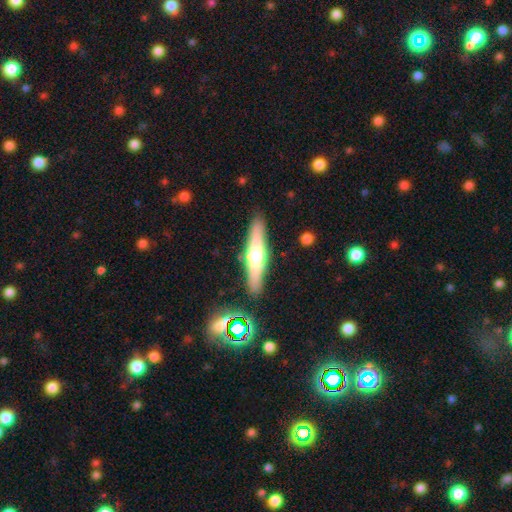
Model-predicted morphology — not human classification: smooth_or_featured: featured or disk (p=0.54) [alt: smooth p=0.40]
disk_edge_on: yes (p=0.93) [alt: no p=0.07]
merging: none (p=0.88) [alt: minor disturbance p=0.08]